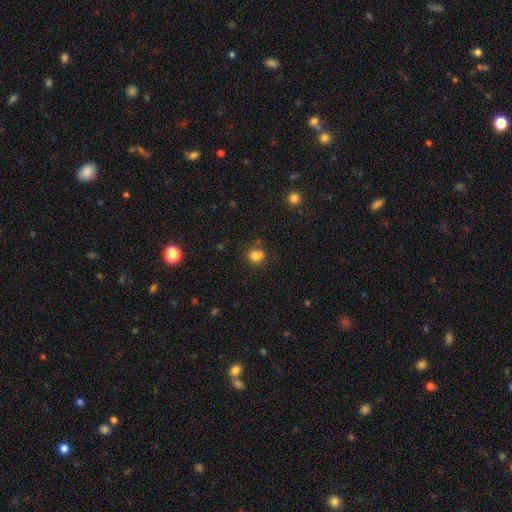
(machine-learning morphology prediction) smooth 79%, star or artifact 13%, featured or disk 8%. Down the decision tree: how rounded — round (73%); merging — none (64%).